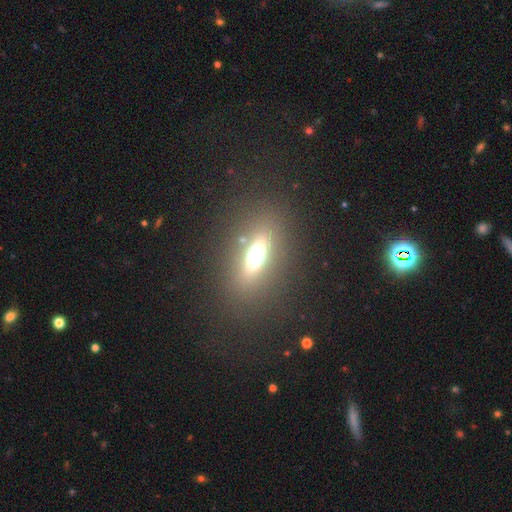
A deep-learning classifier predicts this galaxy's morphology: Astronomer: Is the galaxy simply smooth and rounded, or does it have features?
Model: smooth — 43% (runner-up: featured or disk, 36%).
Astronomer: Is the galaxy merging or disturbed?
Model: none — 82%.